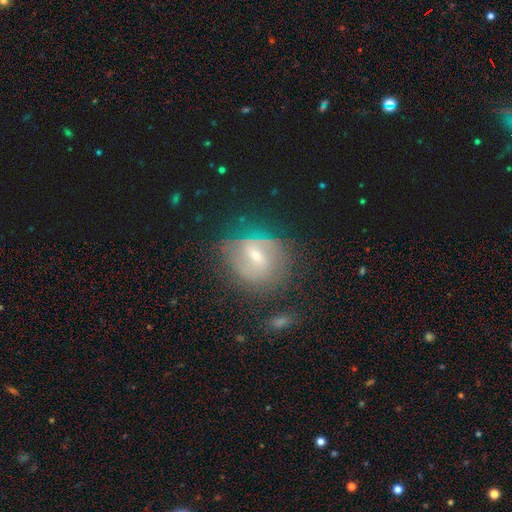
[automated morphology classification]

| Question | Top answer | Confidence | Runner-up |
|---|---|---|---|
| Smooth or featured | featured or disk | 60% | smooth (29%) |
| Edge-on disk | no | 93% | yes (7%) |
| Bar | weak | 51% | no (27%) |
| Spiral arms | yes | 67% | no (33%) |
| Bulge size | small | 55% | moderate (39%) |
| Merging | none | 62% | minor disturbance (23%) |